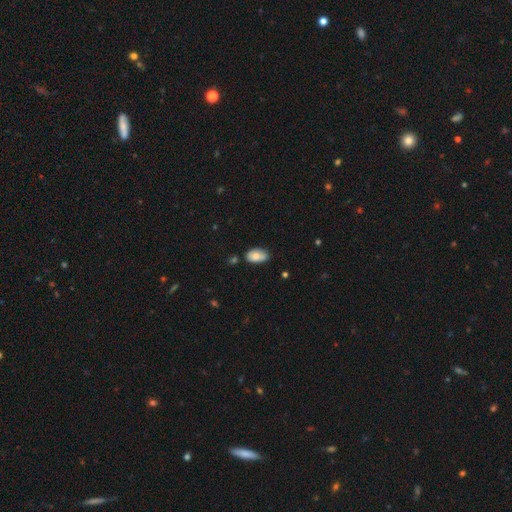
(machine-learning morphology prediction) type=smooth (74%); roundness=in between (93%); merging=none (65%).